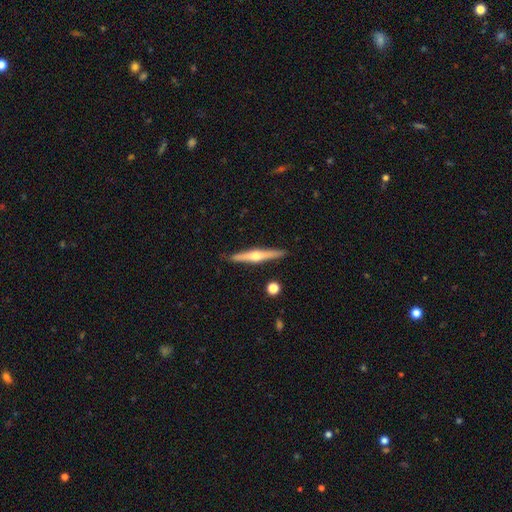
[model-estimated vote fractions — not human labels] smooth_or_featured: featured or disk (p=0.72) [alt: smooth p=0.23]
disk_edge_on: yes (p=0.98) [alt: no p=0.02]
edge_on_bulge: rounded (p=0.93) [alt: none p=0.04]
merging: none (p=0.90) [alt: minor disturbance p=0.07]